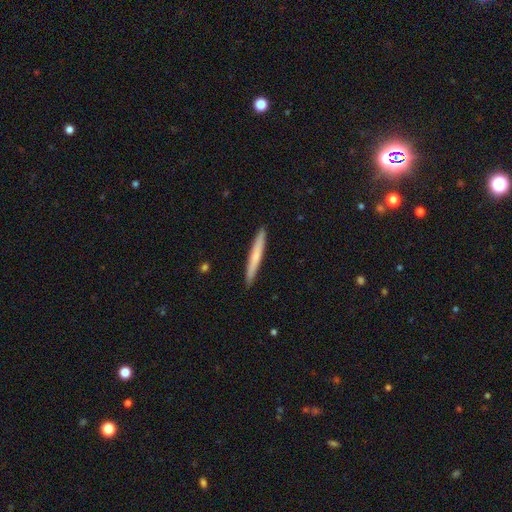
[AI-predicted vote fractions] smooth_or_featured: smooth (p=0.64) [alt: featured or disk p=0.30]
how_rounded: cigar-shaped (p=0.97) [alt: in between p=0.02]
merging: none (p=0.92) [alt: minor disturbance p=0.06]